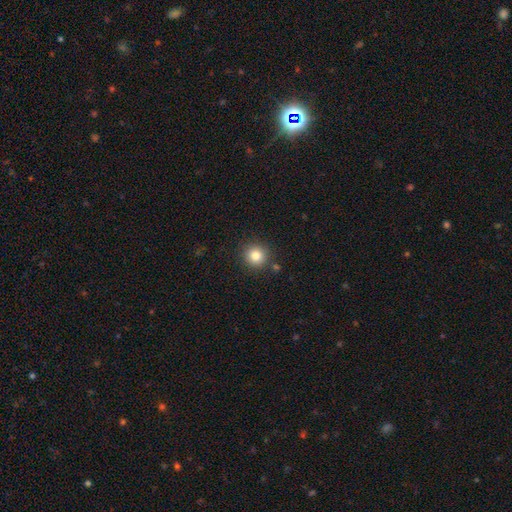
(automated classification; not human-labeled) Smooth or featured: smooth — 82% (star or artifact — 11%)
How rounded: round — 93% (in between — 6%)
Merging: none — 87% (minor disturbance — 7%)